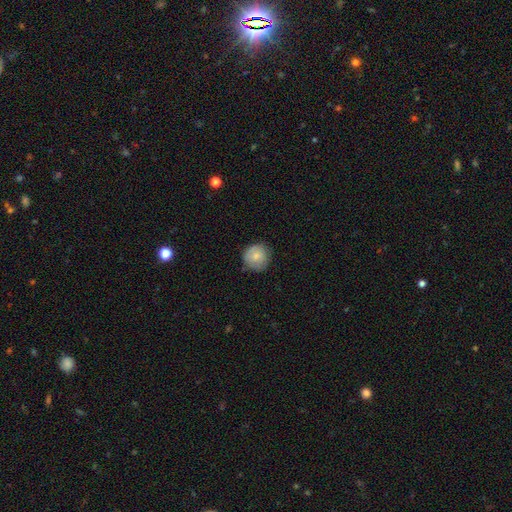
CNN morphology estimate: smooth_or_featured: smooth (p=0.80) [alt: featured or disk p=0.13]
how_rounded: round (p=0.92) [alt: in between p=0.07]
merging: none (p=0.80) [alt: minor disturbance p=0.16]